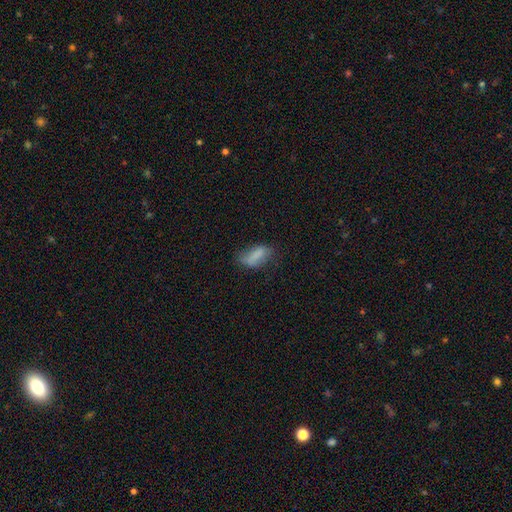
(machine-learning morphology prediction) smooth 75%, featured or disk 16%, star or artifact 9%. Down the decision tree: how rounded — in between (83%); merging — none (54%).